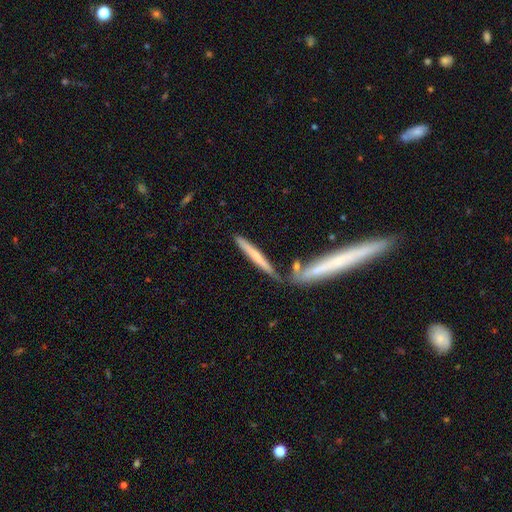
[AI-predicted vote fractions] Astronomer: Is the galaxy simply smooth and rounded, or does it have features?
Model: smooth — 57% (runner-up: featured or disk, 37%).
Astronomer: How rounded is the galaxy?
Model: cigar-shaped — 94%.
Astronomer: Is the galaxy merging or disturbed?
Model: none — 65%.